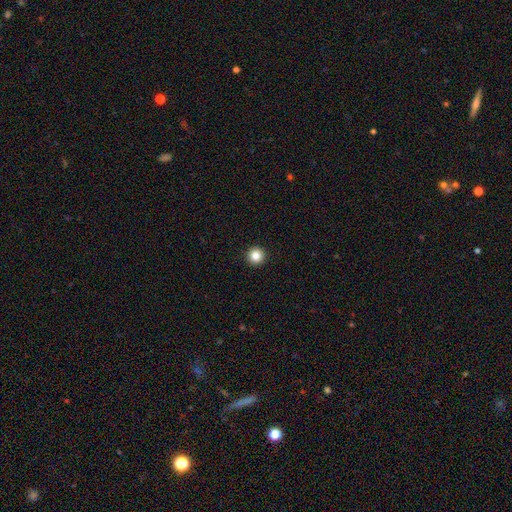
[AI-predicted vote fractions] Overall: smooth (84%). How rounded: round (97%). Merging: none (94%).